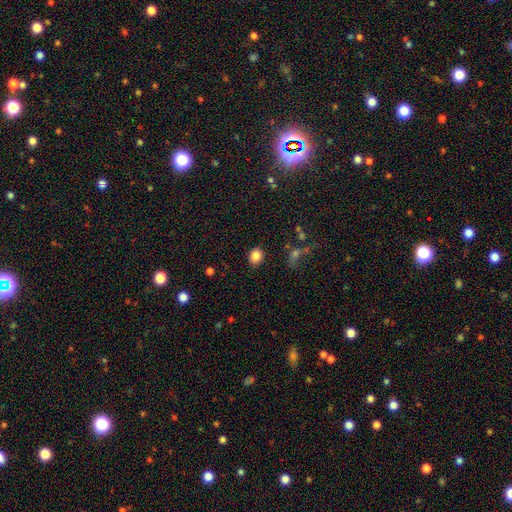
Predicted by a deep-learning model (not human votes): Smooth or featured? Predicted: smooth (p=0.84). How rounded? Predicted: round (p=0.53). Merging? Predicted: none (p=0.87).